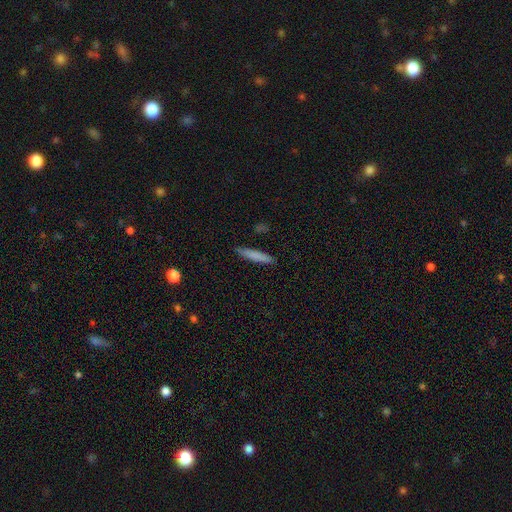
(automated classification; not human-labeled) A smooth galaxy with no disk features (79%) that is cigar-shaped (91%).

Vote fractions:
- Smooth or featured? smooth: 79% / featured or disk: 14% / star or artifact: 6%
- How rounded? cigar-shaped: 91% / in between: 8% / round: 1%
- Merging? none: 87% / minor disturbance: 10% / major disturbance: 2% / merger: 2%